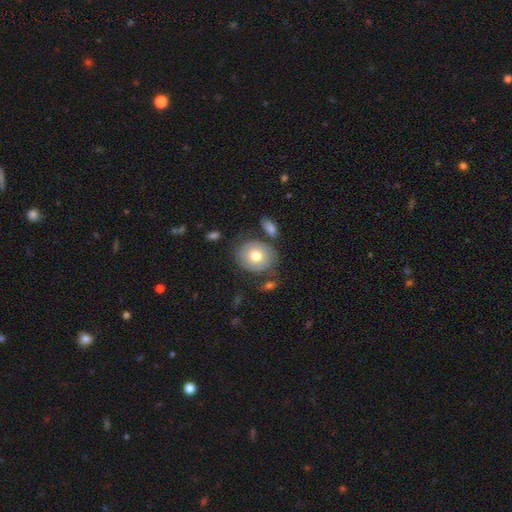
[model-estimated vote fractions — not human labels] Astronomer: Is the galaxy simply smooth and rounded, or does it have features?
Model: smooth — 64%.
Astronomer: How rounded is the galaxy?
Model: round — 69%.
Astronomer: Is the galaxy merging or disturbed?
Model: none — 70%.